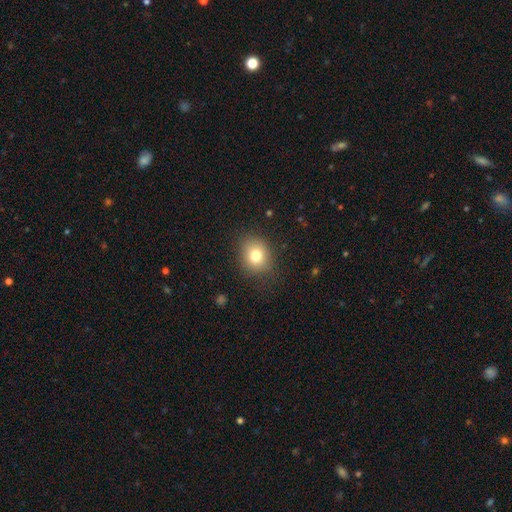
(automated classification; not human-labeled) This appears to be a smooth galaxy with no disk features (78%) that is round (62%). Merging: none (83%).